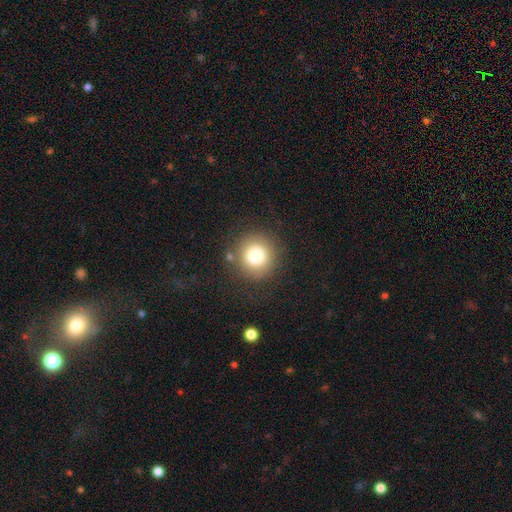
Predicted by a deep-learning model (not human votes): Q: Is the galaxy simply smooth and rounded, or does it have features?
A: smooth — 80%.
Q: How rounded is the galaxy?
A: round — 94%.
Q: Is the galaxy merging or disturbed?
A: none — 83%.